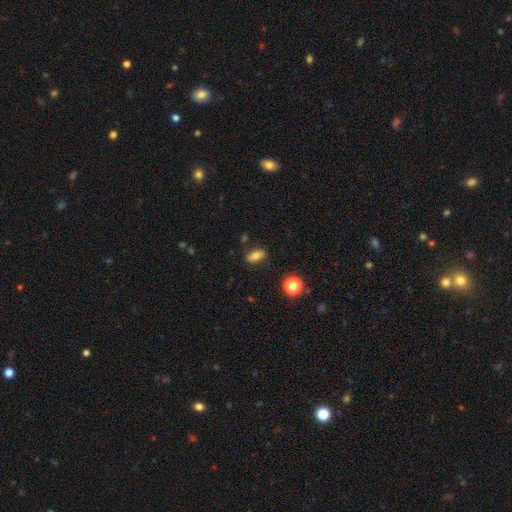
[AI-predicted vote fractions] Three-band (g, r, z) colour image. It shows a smooth galaxy with no disk features (78%) that is in between round and cigar-shaped (82%). Merging: none (83%).